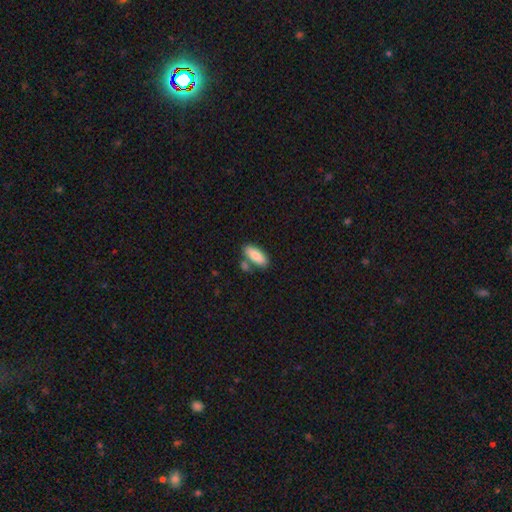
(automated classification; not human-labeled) smooth_or_featured: smooth (p=0.82) [alt: featured or disk p=0.12]
how_rounded: in between (p=0.78) [alt: cigar-shaped p=0.20]
merging: none (p=0.69) [alt: merger p=0.16]